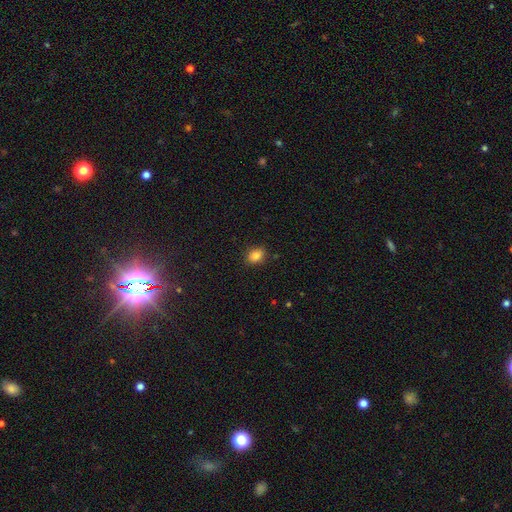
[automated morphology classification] smooth 85%, star or artifact 10%, featured or disk 4%. Down the decision tree: how rounded — in between (67%); merging — none (86%).